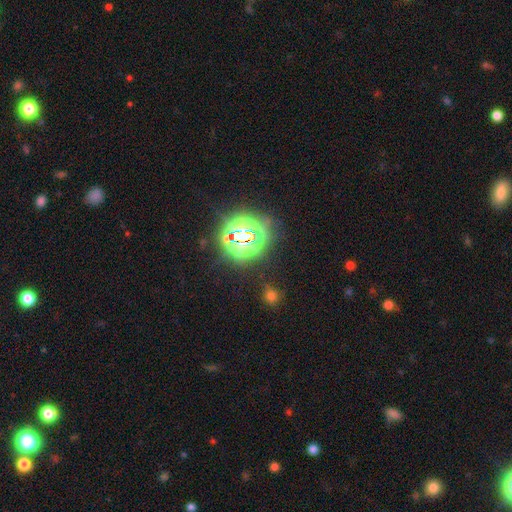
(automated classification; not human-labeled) Smooth or featured? Predicted: star or artifact (p=0.80).